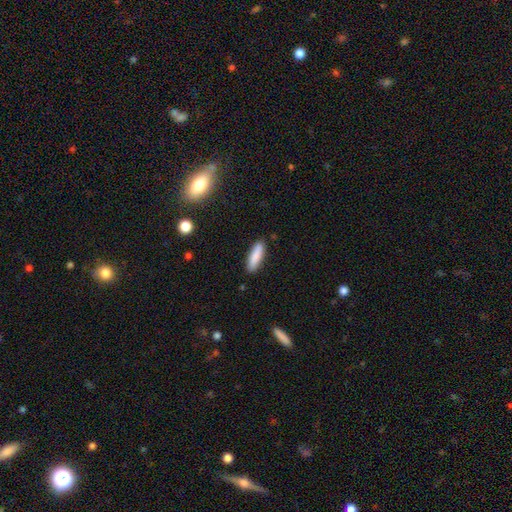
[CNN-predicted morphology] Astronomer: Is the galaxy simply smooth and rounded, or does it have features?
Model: smooth — 86%.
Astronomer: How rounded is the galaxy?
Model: cigar-shaped — 64%.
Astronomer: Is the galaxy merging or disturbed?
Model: none — 89%.